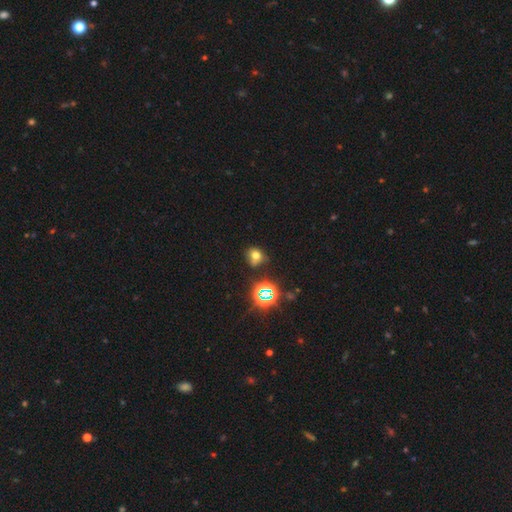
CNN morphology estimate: Smooth or featured: smooth — 64% (star or artifact — 25%)
How rounded: round — 62% (in between — 36%)
Merging: none — 61% (minor disturbance — 22%)